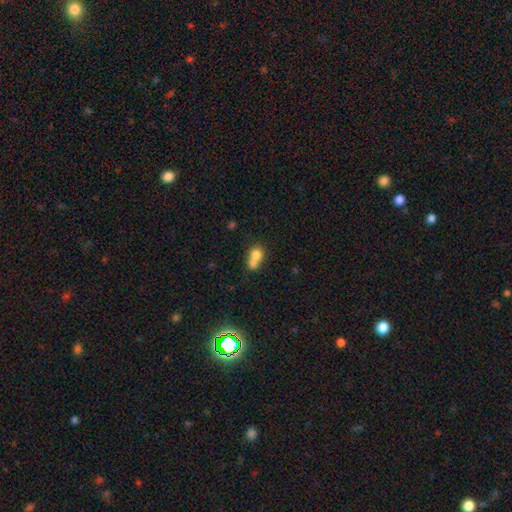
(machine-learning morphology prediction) Smooth or featured: smooth — 75% (featured or disk — 15%)
How rounded: round — 70% (in between — 29%)
Merging: merger — 65% (none — 27%)